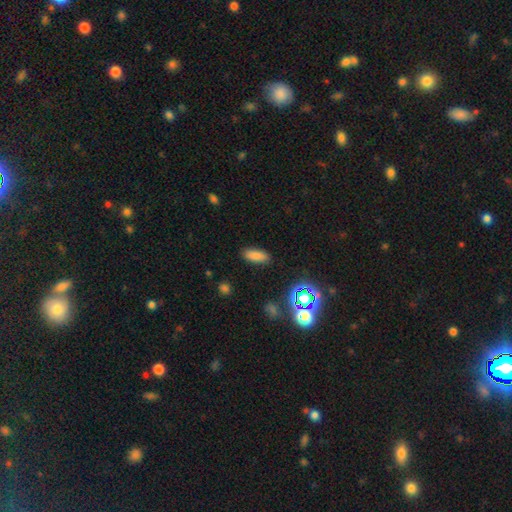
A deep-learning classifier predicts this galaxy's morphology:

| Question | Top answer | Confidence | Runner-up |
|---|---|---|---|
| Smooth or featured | smooth | 79% | star or artifact (14%) |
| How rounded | in between | 76% | cigar-shaped (21%) |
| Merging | none | 86% | minor disturbance (9%) |